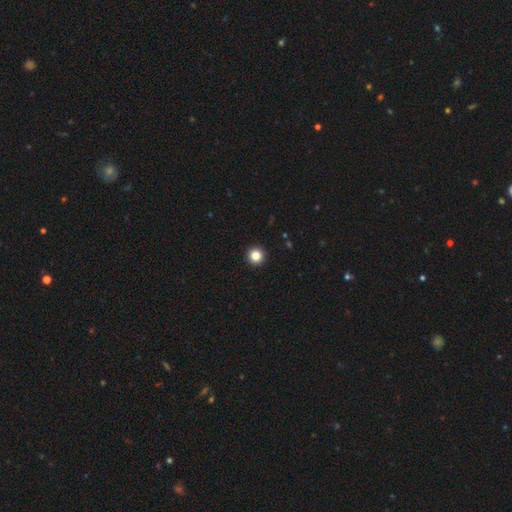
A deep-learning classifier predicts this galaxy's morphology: The model was most divided on "smooth or featured": smooth: 84%, star or artifact: 12%, featured or disk: 5%. More confident: how rounded — round (97%); merging — none (94%).